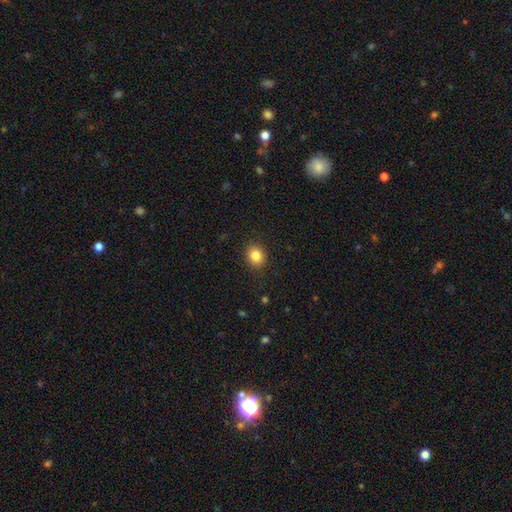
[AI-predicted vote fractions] Q: Smooth or featured?
A: smooth (84%); runner-up: star or artifact (10%)
Q: How rounded?
A: round (64%); runner-up: in between (35%)
Q: Merging?
A: none (89%); runner-up: minor disturbance (8%)